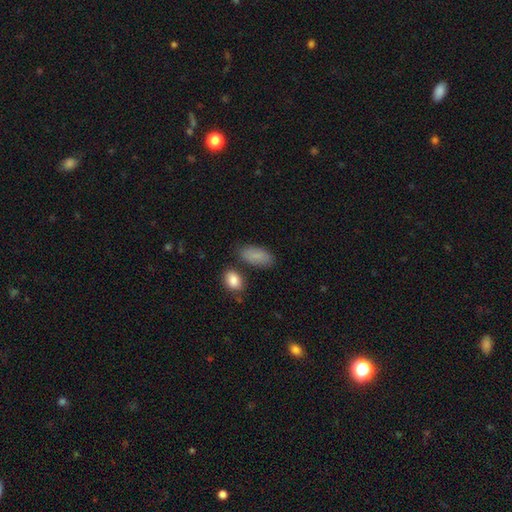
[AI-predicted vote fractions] This appears to be a smooth galaxy with no disk features (85%) that is in between round and cigar-shaped (91%). Merging: none (75%).